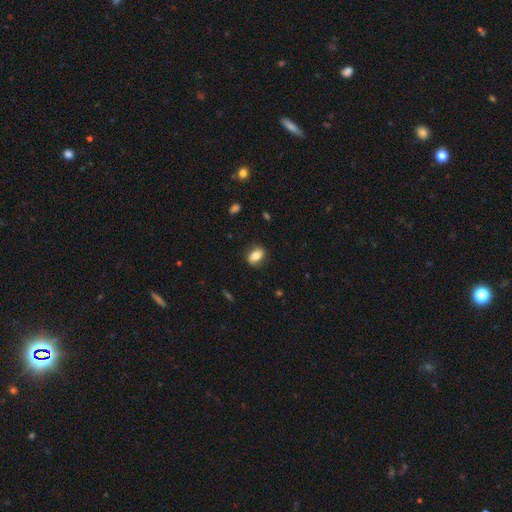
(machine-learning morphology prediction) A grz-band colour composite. It shows a smooth galaxy with no disk features (75%) that is in between round and cigar-shaped (81%). Merging: none (83%).